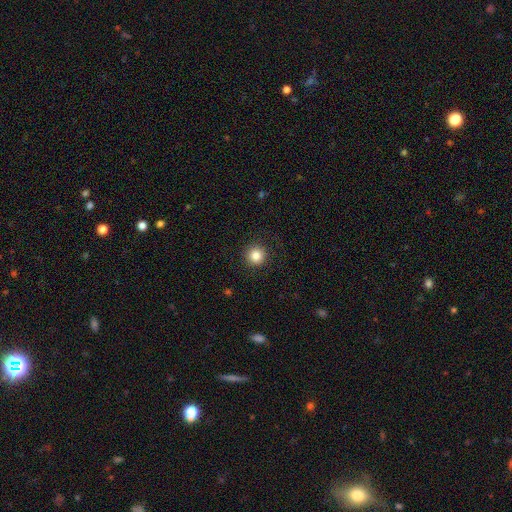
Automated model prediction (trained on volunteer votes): Overall: smooth (84%). How rounded: round (96%). Merging: none (91%).